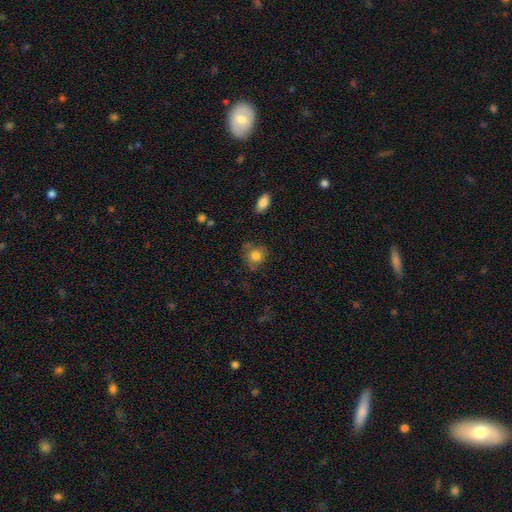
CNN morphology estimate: Smooth or featured: smooth — 81% (star or artifact — 10%)
How rounded: round — 79% (in between — 20%)
Merging: none — 66% (minor disturbance — 22%)